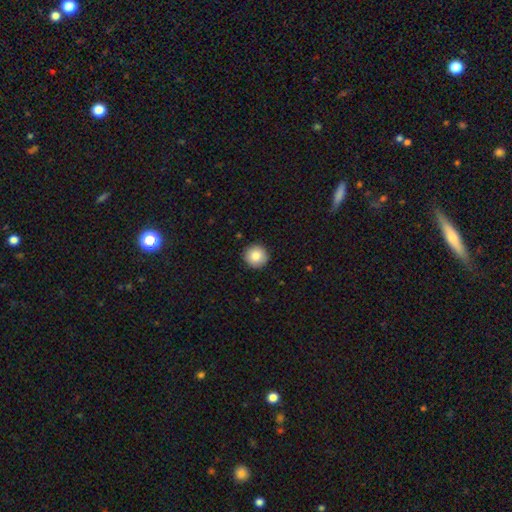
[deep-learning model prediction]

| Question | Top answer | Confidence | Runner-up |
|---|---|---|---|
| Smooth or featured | smooth | 85% | star or artifact (8%) |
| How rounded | round | 95% | in between (4%) |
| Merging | none | 92% | minor disturbance (6%) |